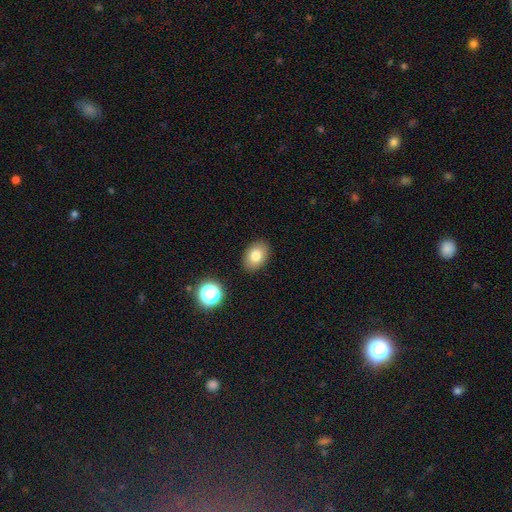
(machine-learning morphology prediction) smooth 79%, featured or disk 11%, star or artifact 10%. Down the decision tree: how rounded — in between (80%); merging — none (88%).